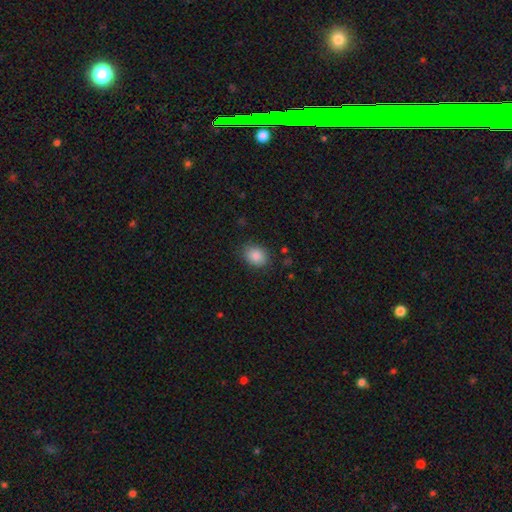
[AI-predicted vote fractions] A smooth galaxy with no disk features (88%) that is in between round and cigar-shaped (51%).

Vote fractions:
- Smooth or featured? smooth: 88% / star or artifact: 8% / featured or disk: 4%
- How rounded? in between: 51% / round: 48% / cigar-shaped: 1%
- Merging? none: 83% / minor disturbance: 13% / major disturbance: 3% / merger: 1%